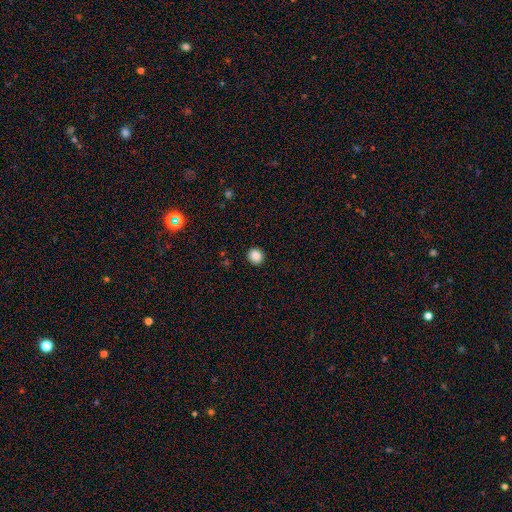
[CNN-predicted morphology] Overall: smooth (87%). How rounded: round (86%). Merging: none (92%).